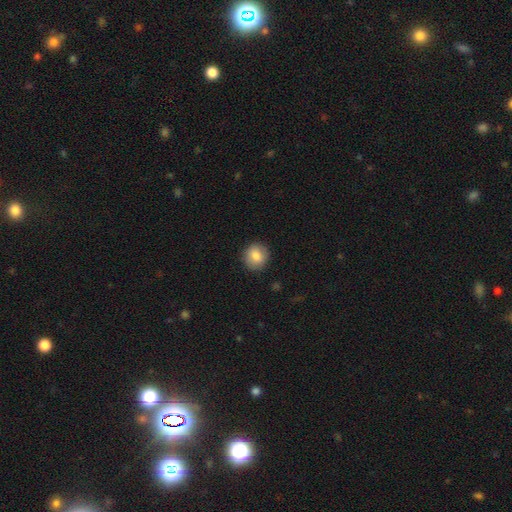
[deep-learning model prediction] smooth 83%, featured or disk 9%, star or artifact 8%. Down the decision tree: how rounded — round (83%); merging — none (89%).